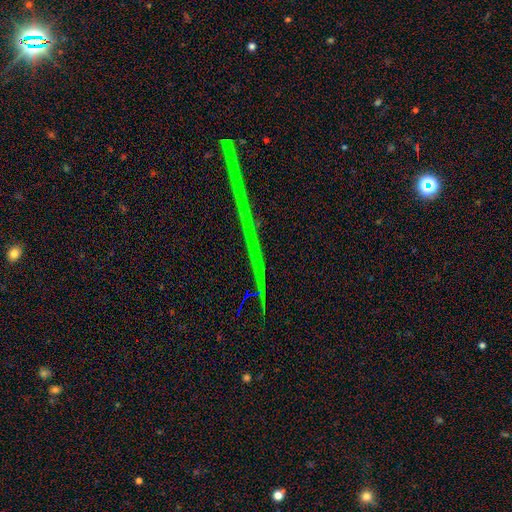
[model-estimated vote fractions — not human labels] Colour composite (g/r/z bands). It shows a star or artifact, not a galaxy (60%).